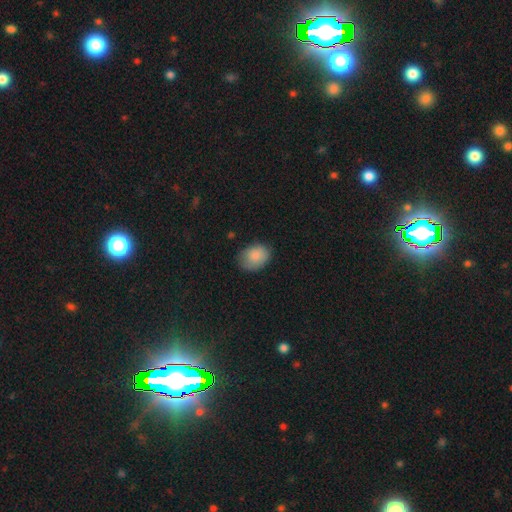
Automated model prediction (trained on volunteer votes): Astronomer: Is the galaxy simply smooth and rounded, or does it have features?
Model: smooth — 86%.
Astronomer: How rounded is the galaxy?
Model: in between — 70%.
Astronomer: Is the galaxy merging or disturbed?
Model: none — 73%.